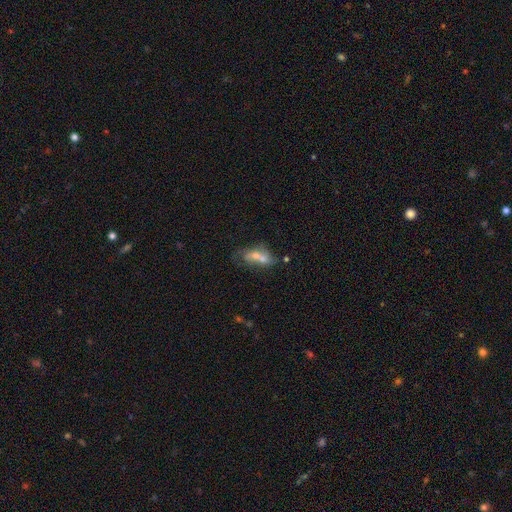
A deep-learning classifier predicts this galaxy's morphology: Q: Smooth or featured?
A: smooth (54%); runner-up: featured or disk (34%)
Q: How rounded?
A: in between (74%); runner-up: round (14%)
Q: Merging?
A: merger (56%); runner-up: none (24%)